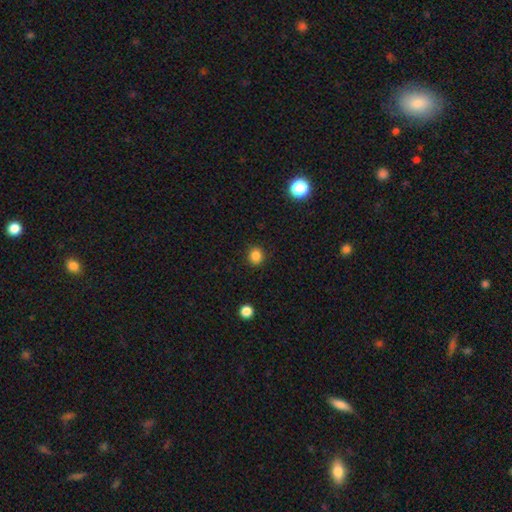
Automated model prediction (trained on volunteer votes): Morphology: type=smooth (85%); roundness=round (85%); merging=none (90%).